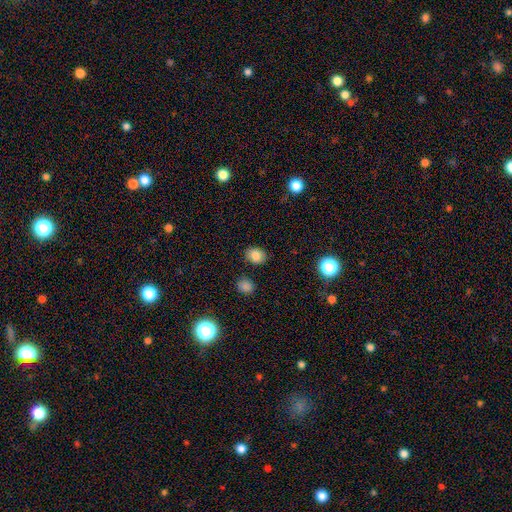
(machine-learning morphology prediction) Smooth or featured? Predicted: smooth (p=0.83). How rounded? Predicted: in between (p=0.53). Merging? Predicted: none (p=0.84).